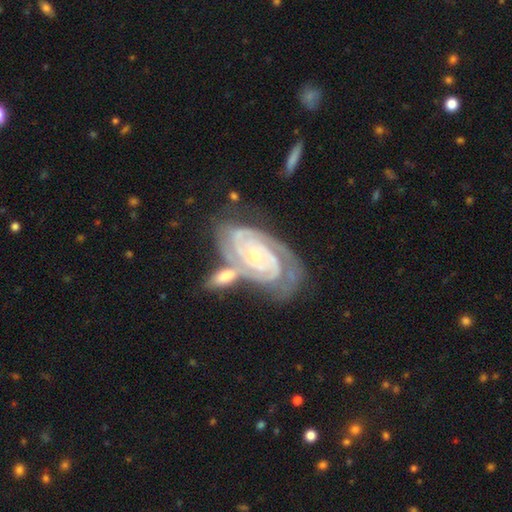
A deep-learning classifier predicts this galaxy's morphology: This appears to be a featured or disk galaxy (92%) with no bar (64%), 2 (57%) tight (80%) spiral arms (98%) and a small central bulge (76%). Merging: none (52%).